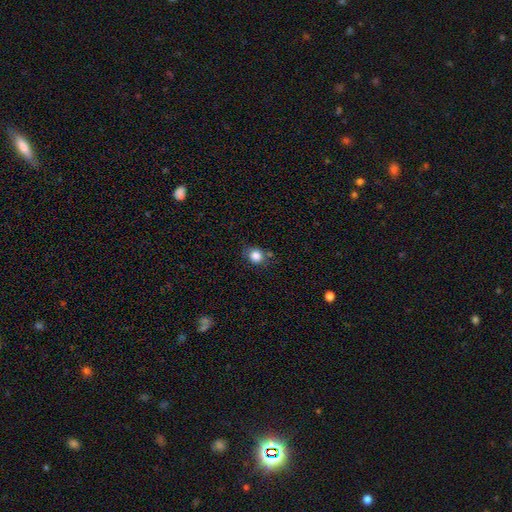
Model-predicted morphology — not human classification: This is clearly a smooth galaxy (84%). How rounded: likely round (76%). Merging: likely none (71%).